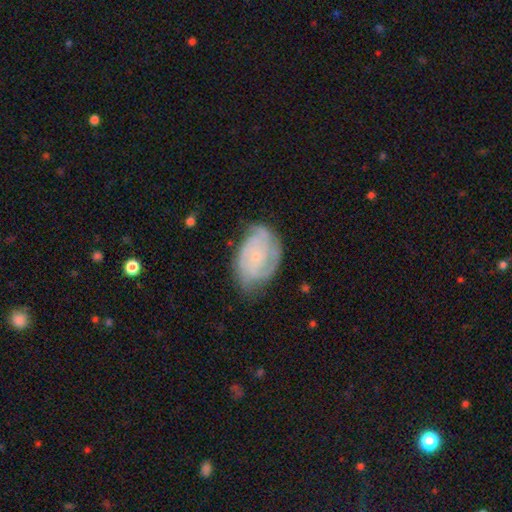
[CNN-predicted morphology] A featured or disk galaxy (78%) with no bar (76%), tight (61%) spiral arms (93%) and a small central bulge (80%). Merging: none (62%).